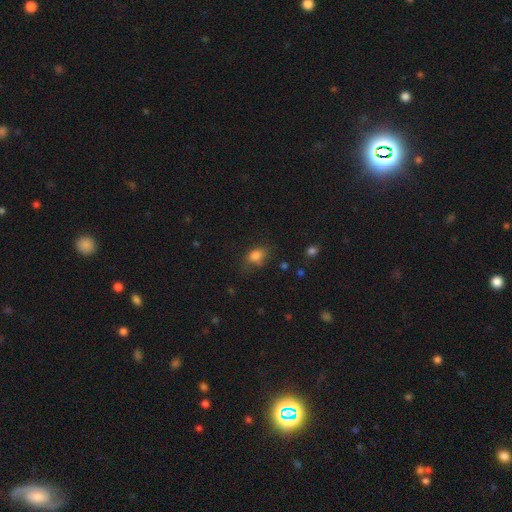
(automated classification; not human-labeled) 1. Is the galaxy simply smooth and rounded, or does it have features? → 82% smooth, 11% star or artifact, 7% featured or disk.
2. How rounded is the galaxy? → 66% in between, 32% round, 2% cigar-shaped.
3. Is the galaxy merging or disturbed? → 64% none, 24% minor disturbance, 9% major disturbance, 3% merger.